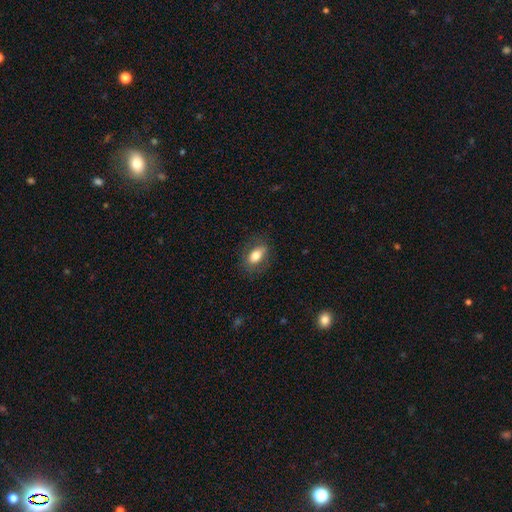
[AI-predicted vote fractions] Smooth or featured? Predicted: smooth (p=0.74). How rounded? Predicted: in between (p=0.85). Merging? Predicted: none (p=0.78).